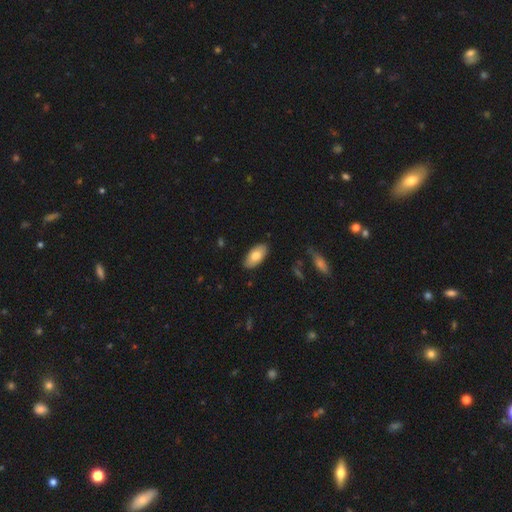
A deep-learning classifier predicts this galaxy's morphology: A smooth galaxy with no disk features (77%) that is in between round and cigar-shaped (94%).

Vote fractions:
- Smooth or featured? smooth: 77% / featured or disk: 17% / star or artifact: 6%
- How rounded? in between: 94% / cigar-shaped: 4% / round: 2%
- Merging? none: 87% / minor disturbance: 10% / major disturbance: 2% / merger: 1%